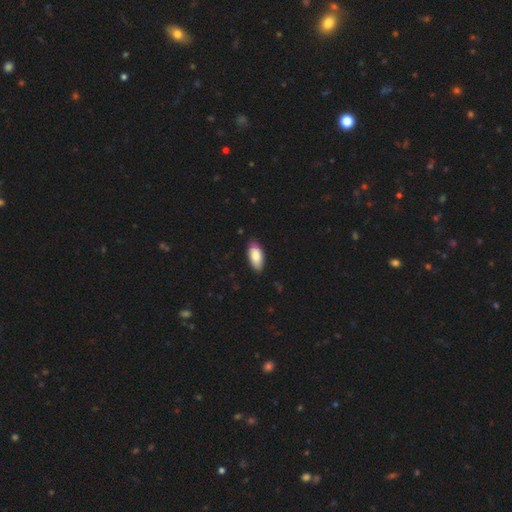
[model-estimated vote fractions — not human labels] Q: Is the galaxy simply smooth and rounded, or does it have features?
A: smooth — 83%.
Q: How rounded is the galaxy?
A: in between — 90%.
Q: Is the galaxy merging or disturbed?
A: none — 87%.